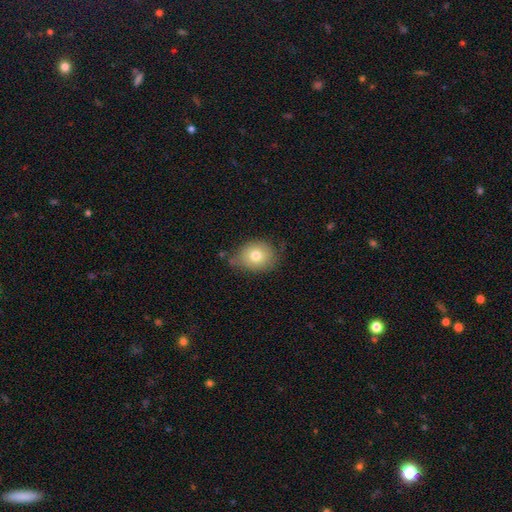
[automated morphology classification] Smooth or featured?
  - smooth: 75% *
  - featured or disk: 15%
  - star or artifact: 9%
How rounded?
  - round: 60% *
  - in between: 39%
  - cigar-shaped: 1%
Merging?
  - none: 57% *
  - minor disturbance: 33%
  - major disturbance: 7%
  - merger: 3%